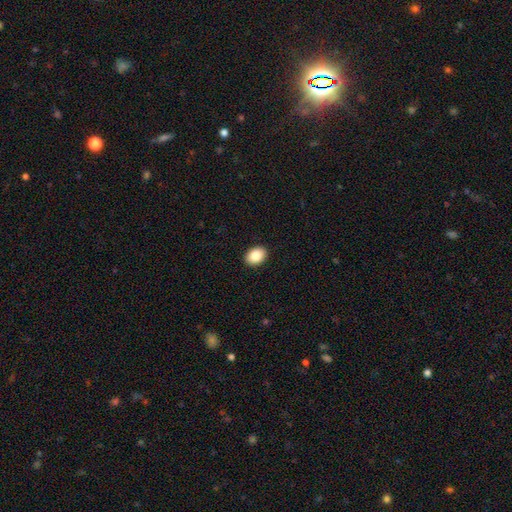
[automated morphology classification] smooth-or-featured: smooth: 87% | star or artifact: 8% | featured or disk: 6%
  how-rounded: in between: 73% | round: 26% | cigar-shaped: 1%
  merging: none: 91% | minor disturbance: 6% | major disturbance: 2% | merger: 1%